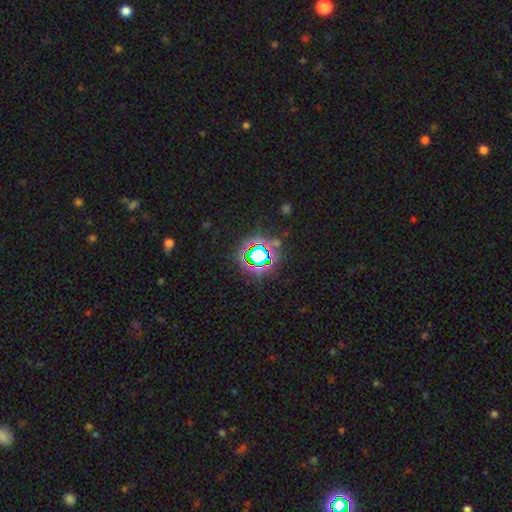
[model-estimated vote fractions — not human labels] Smooth or featured? star or artifact (71%)